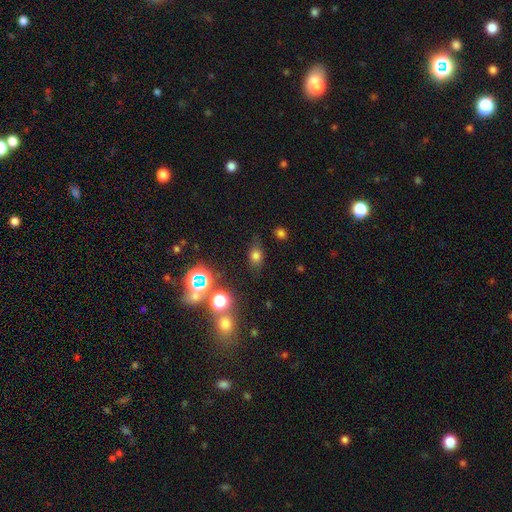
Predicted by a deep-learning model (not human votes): The model was most divided on "how rounded": in between: 63%, round: 34%, cigar-shaped: 3%. More confident: merging — none (73%); smooth or featured — smooth (66%).